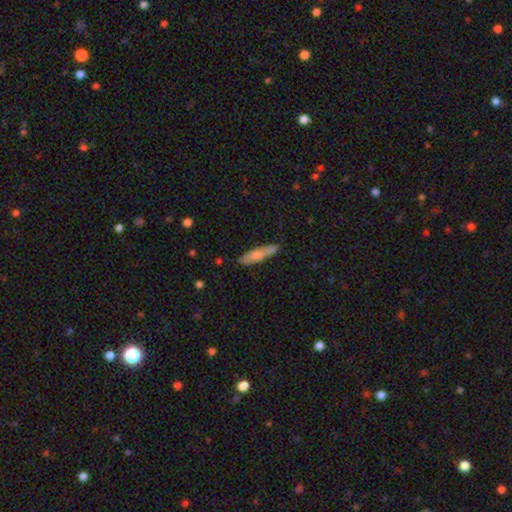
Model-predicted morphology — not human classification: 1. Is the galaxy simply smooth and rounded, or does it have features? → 67% smooth, 27% featured or disk, 6% star or artifact.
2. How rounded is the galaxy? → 80% cigar-shaped, 18% in between, 2% round.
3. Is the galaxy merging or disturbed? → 75% none, 17% minor disturbance, 5% merger, 3% major disturbance.